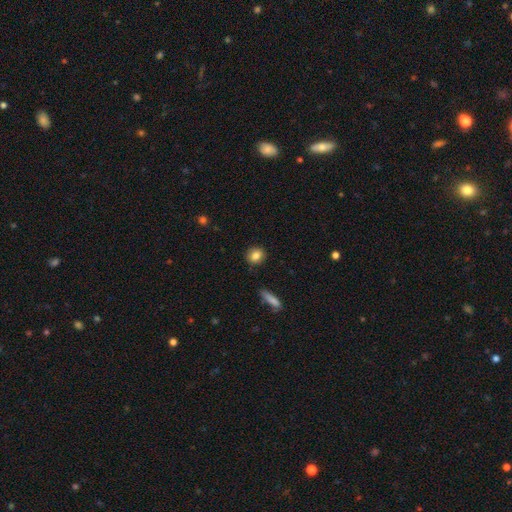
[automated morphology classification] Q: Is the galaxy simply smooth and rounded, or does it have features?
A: smooth — 84%.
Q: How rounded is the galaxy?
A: round — 74%.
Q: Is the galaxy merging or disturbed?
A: none — 89%.